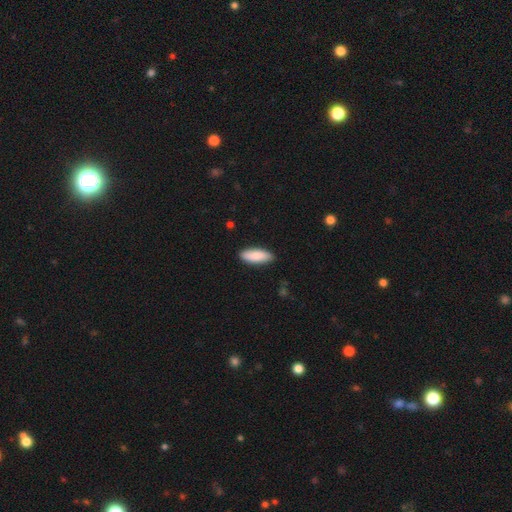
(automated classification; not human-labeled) Smooth or featured? smooth (85%)
How rounded? in between (70%)
Merging? none (88%)